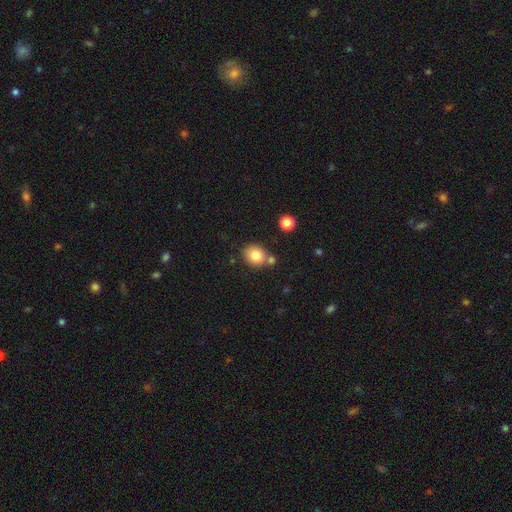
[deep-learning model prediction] smooth 80%, star or artifact 10%, featured or disk 10%. Down the decision tree: how rounded — round (67%); merging — none (68%).